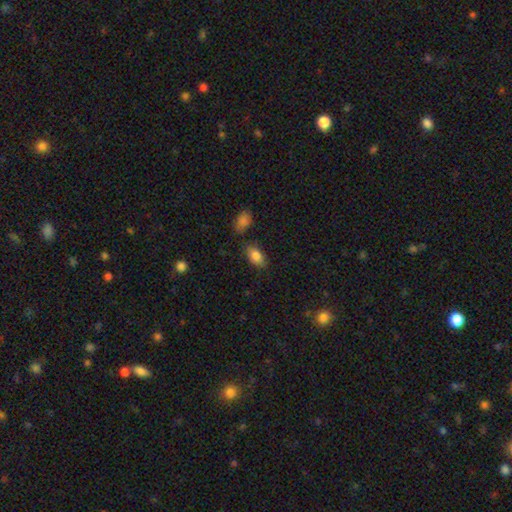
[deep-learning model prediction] This appears to be a smooth galaxy with no disk features (85%) that is in between round and cigar-shaped (92%). Merging: none (77%).